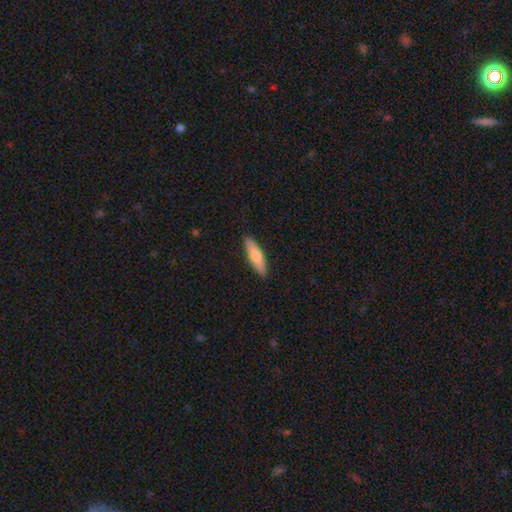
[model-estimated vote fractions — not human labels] Overall: smooth (67%). How rounded: cigar-shaped (64%; in between 34%). Merging: none (90%).